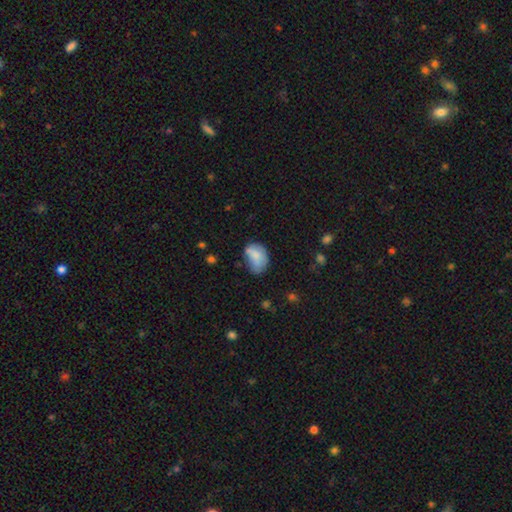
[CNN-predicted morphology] A smooth galaxy with no disk features (75%) that is in between round and cigar-shaped (81%). Merging: none (41%).